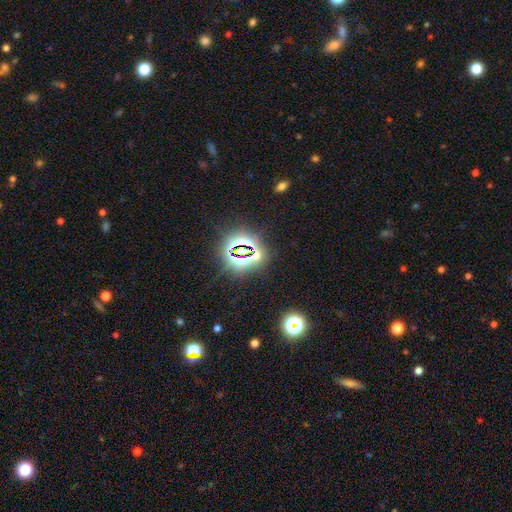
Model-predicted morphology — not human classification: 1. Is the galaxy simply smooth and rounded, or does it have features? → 75% star or artifact, 17% smooth, 8% featured or disk.